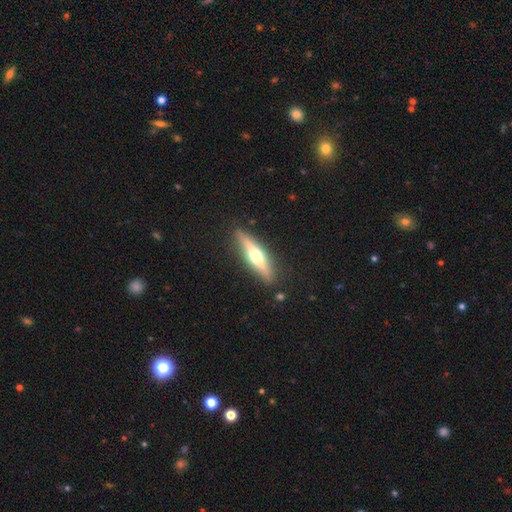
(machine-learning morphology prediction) A featured or disk galaxy (60%) viewed edge-on (94%) with a rounded central bulge (93%). Merging: none (87%).